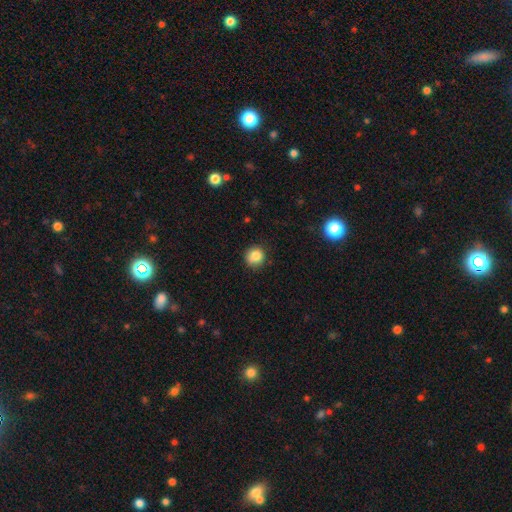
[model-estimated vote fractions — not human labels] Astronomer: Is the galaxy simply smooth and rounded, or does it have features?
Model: smooth — 83%.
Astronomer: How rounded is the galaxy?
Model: round — 89%.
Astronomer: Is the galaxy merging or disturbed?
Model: none — 81%.